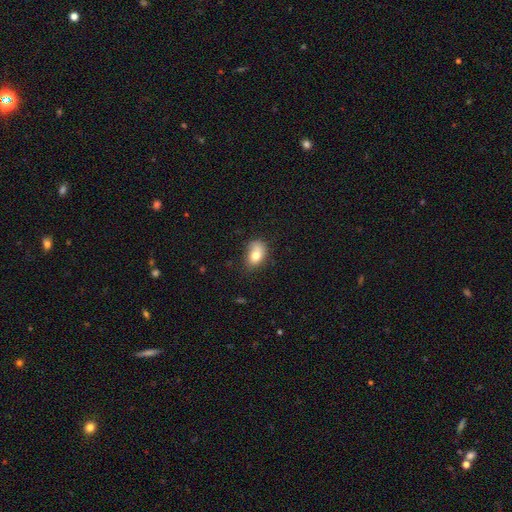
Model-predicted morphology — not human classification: This appears to be a smooth galaxy with no disk features (77%) that is in between round and cigar-shaped (77%). Merging: none (51%).